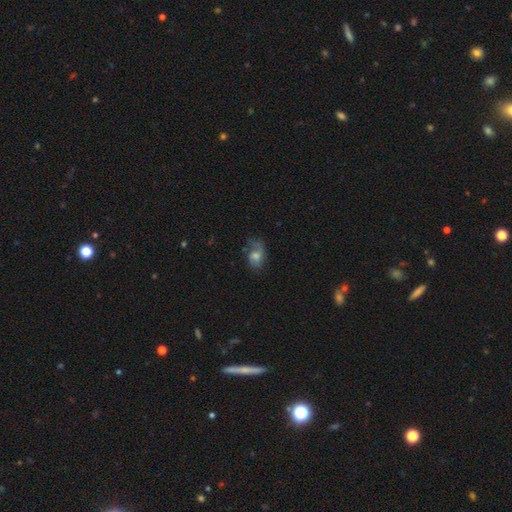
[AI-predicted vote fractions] The model was most divided on "smooth or featured": featured or disk: 49%, smooth: 39%, star or artifact: 12%. Remaining: merging — none (49%).